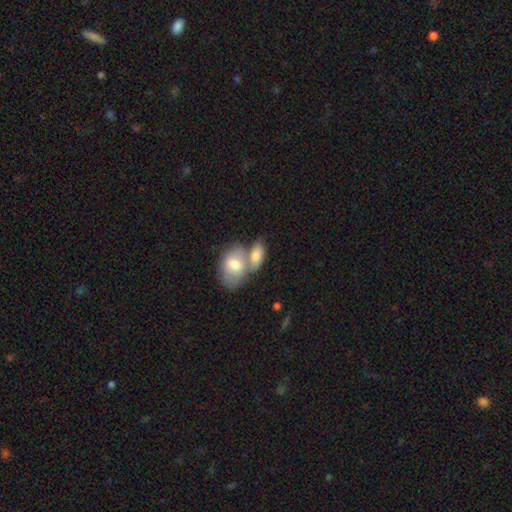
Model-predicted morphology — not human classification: The model was most divided on "merging": merger: 60%, none: 27%, minor disturbance: 10%, major disturbance: 4%. More confident: how rounded — in between (88%); smooth or featured — smooth (75%).